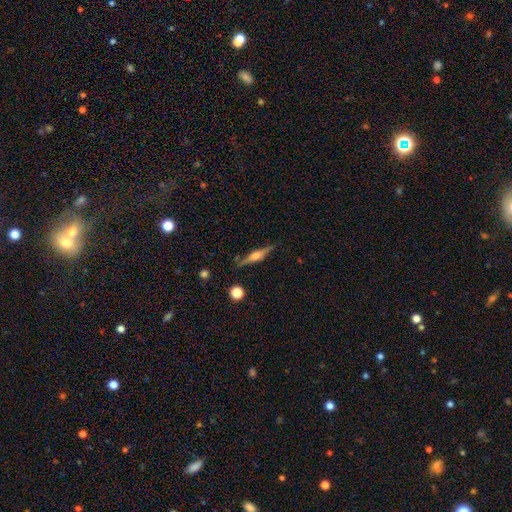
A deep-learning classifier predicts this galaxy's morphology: Smooth or featured?
  - featured or disk: 69% *
  - smooth: 24%
  - star or artifact: 7%
Edge-on disk?
  - yes: 97% *
  - no: 3%
Edge-on bulge?
  - rounded: 78% *
  - boxy: 17%
  - none: 4%
Merging?
  - none: 84% *
  - minor disturbance: 11%
  - major disturbance: 3%
  - merger: 2%